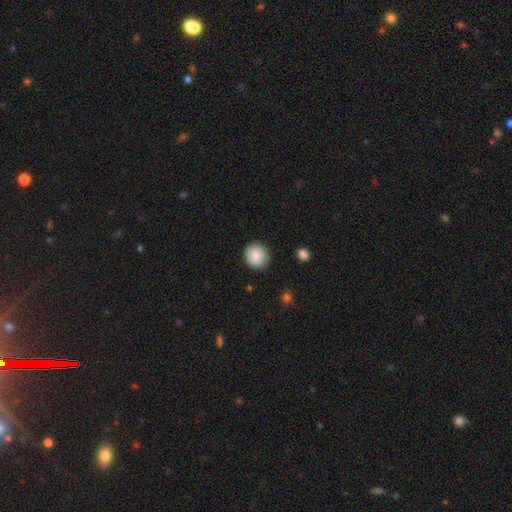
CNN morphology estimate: Smooth or featured? smooth (81%)
How rounded? round (90%)
Merging? none (88%)